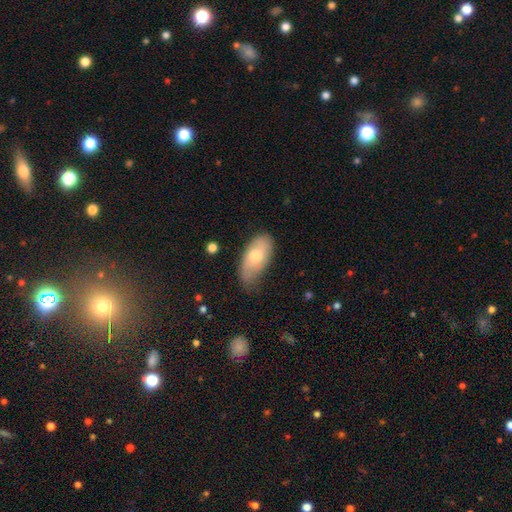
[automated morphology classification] smooth-or-featured: smooth: 67% | featured or disk: 26% | star or artifact: 6%
  how-rounded: in between: 92% | cigar-shaped: 5% | round: 4%
  merging: none: 52% | minor disturbance: 37% | major disturbance: 9% | merger: 2%